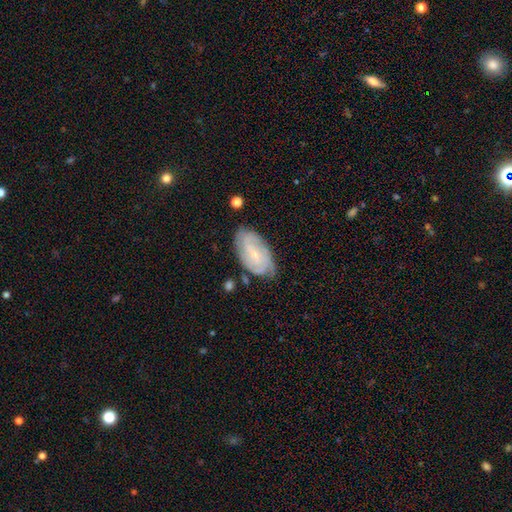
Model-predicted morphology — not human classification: Smooth or featured: featured or disk — 73% (smooth — 21%)
Edge-on disk: no — 95% (yes — 5%)
Bar: no — 47% (weak — 43%)
Spiral arms: yes — 91% (no — 9%)
Spiral winding: tight — 59% (medium — 31%)
Spiral arm count: can't tell — 36% (2 — 29%)
Bulge size: small — 77% (moderate — 18%)
Merging: none — 71% (minor disturbance — 21%)